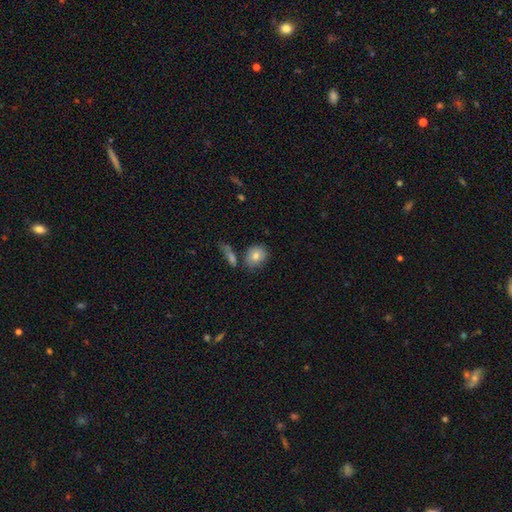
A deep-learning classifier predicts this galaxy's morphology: The model was most divided on "how rounded": round: 64%, in between: 34%, cigar-shaped: 2%. More confident: smooth or featured — smooth (77%); merging — none (67%).